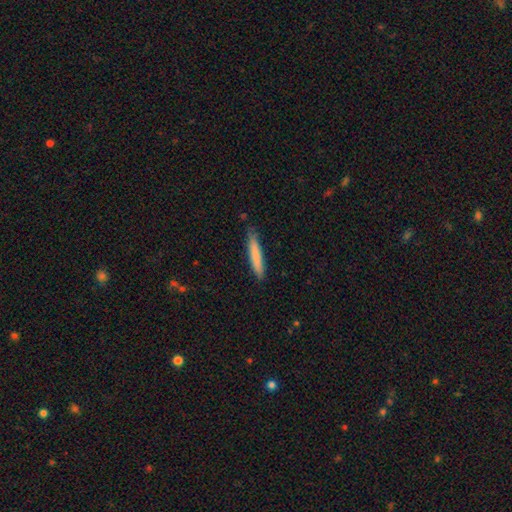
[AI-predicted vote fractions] Smooth or featured?
  - smooth: 78% *
  - featured or disk: 17%
  - star or artifact: 5%
How rounded?
  - cigar-shaped: 94% *
  - in between: 5%
  - round: 1%
Merging?
  - none: 84% *
  - minor disturbance: 13%
  - major disturbance: 2%
  - merger: 1%